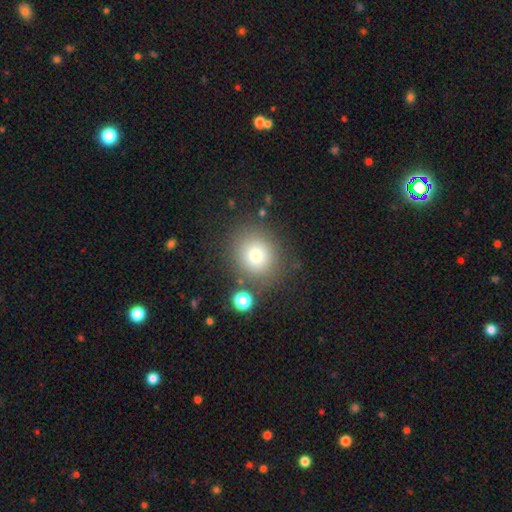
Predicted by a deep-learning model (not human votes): Smooth or featured: smooth — 75% (star or artifact — 14%)
How rounded: round — 84% (in between — 15%)
Merging: none — 79% (minor disturbance — 10%)